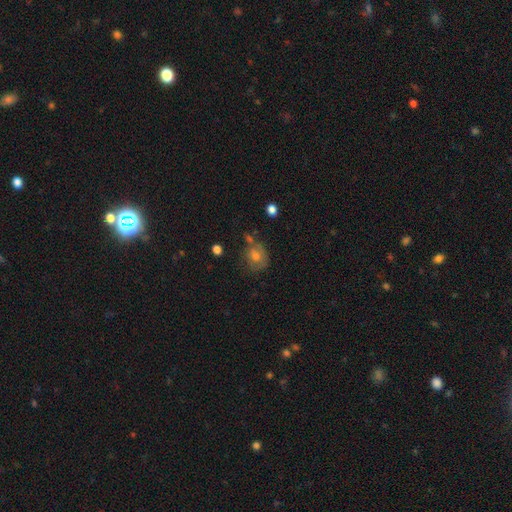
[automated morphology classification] Smooth or featured?
  - smooth: 55% *
  - featured or disk: 29%
  - star or artifact: 16%
How rounded?
  - round: 75% *
  - in between: 24%
  - cigar-shaped: 1%
Merging?
  - none: 61% *
  - minor disturbance: 22%
  - merger: 9%
  - major disturbance: 8%